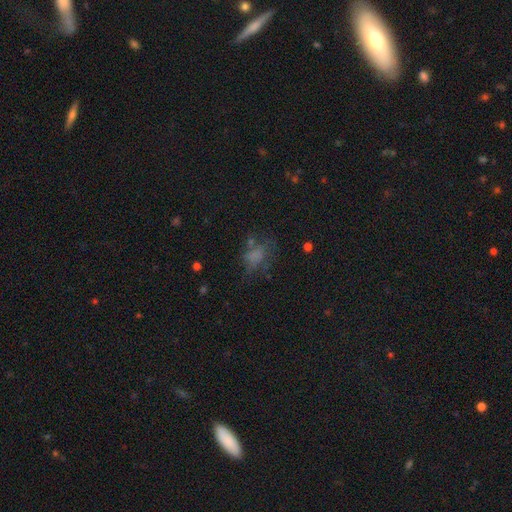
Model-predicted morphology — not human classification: smooth-or-featured: smooth: 58% | featured or disk: 23% | star or artifact: 19%
  how-rounded: in between: 73% | round: 24% | cigar-shaped: 4%
  merging: none: 44% | major disturbance: 26% | minor disturbance: 23% | merger: 6%